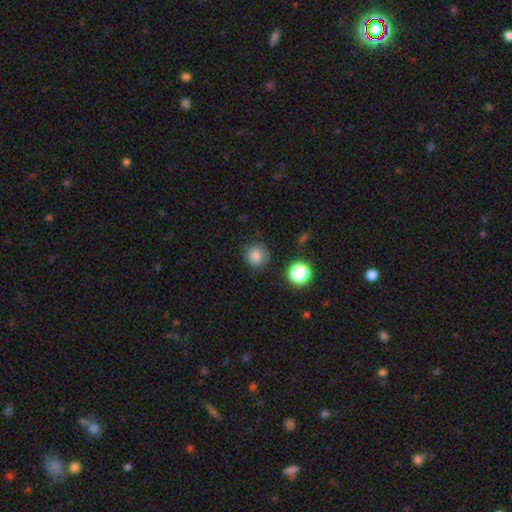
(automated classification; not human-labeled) A smooth galaxy with no disk features (82%) that is round (93%).

Vote fractions:
- Smooth or featured? smooth: 82% / star or artifact: 13% / featured or disk: 5%
- How rounded? round: 93% / in between: 6% / cigar-shaped: 1%
- Merging? none: 85% / minor disturbance: 10% / major disturbance: 3% / merger: 2%